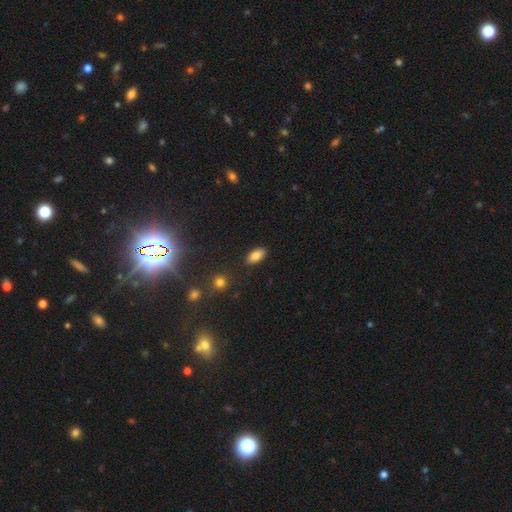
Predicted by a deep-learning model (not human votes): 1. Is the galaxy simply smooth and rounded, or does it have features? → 84% smooth, 9% star or artifact, 7% featured or disk.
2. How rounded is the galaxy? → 92% in between, 5% cigar-shaped, 4% round.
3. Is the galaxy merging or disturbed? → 87% none, 9% minor disturbance, 2% major disturbance, 2% merger.